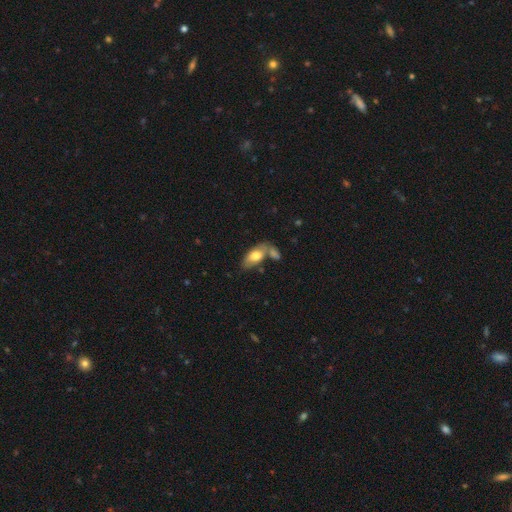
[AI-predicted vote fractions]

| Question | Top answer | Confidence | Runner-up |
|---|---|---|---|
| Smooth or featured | smooth | 73% | featured or disk (21%) |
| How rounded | in between | 90% | cigar-shaped (6%) |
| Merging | none | 45% | merger (33%) |